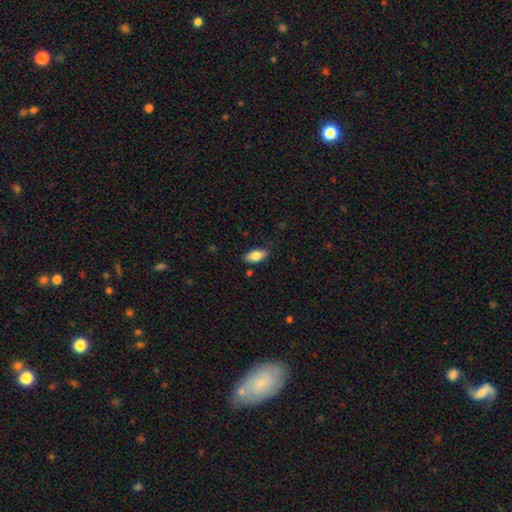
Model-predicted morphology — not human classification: Smooth or featured? smooth (84%)
How rounded? in between (91%)
Merging? none (84%)